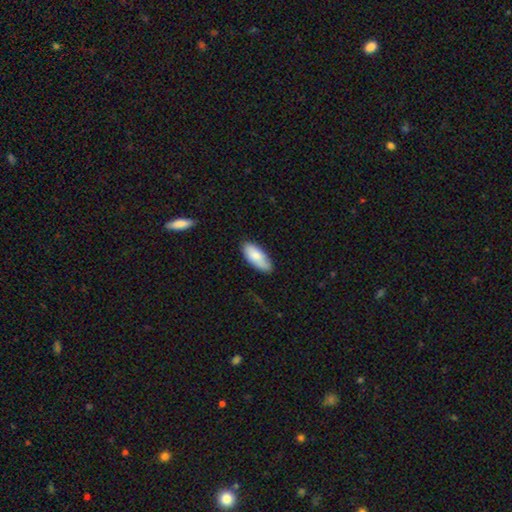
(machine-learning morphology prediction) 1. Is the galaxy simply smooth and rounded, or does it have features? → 82% smooth, 12% featured or disk, 6% star or artifact.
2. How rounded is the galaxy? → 85% in between, 13% cigar-shaped, 2% round.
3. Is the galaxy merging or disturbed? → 78% none, 18% minor disturbance, 3% major disturbance, 1% merger.